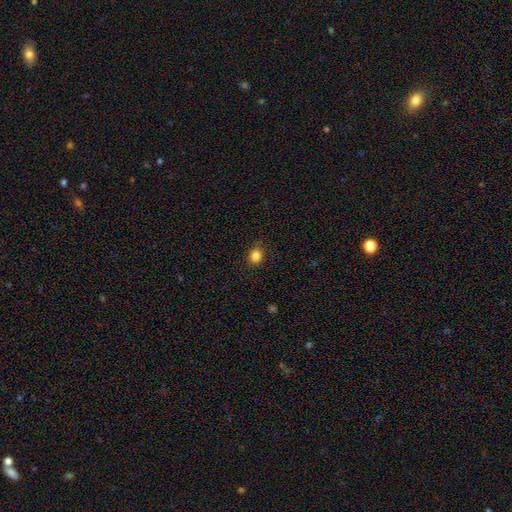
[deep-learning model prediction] smooth-or-featured: smooth: 84% | star or artifact: 12% | featured or disk: 5%
  how-rounded: round: 70% | in between: 29% | cigar-shaped: 1%
  merging: none: 84% | minor disturbance: 12% | major disturbance: 3% | merger: 1%